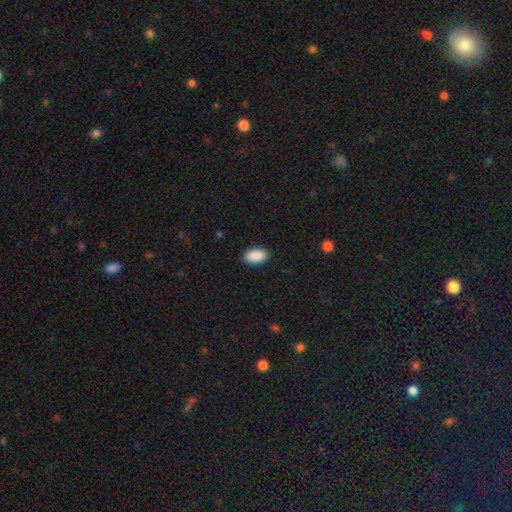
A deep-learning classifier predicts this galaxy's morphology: This is clearly a smooth galaxy (91%). How rounded: clearly in between (95%). Merging: clearly none (89%).